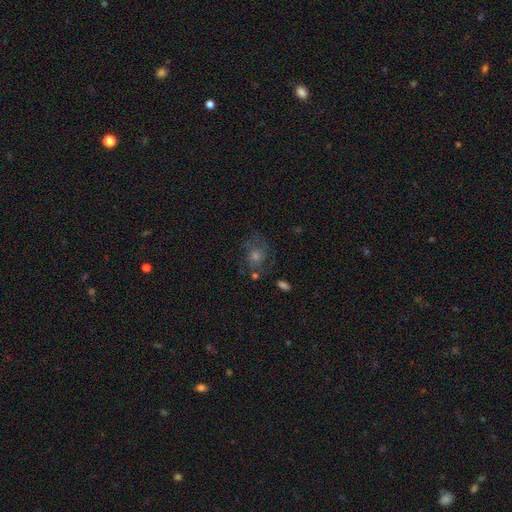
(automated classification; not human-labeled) The model was most divided on "smooth or featured": smooth: 39%, featured or disk: 34%, star or artifact: 28%. More confident: merging — none (66%).